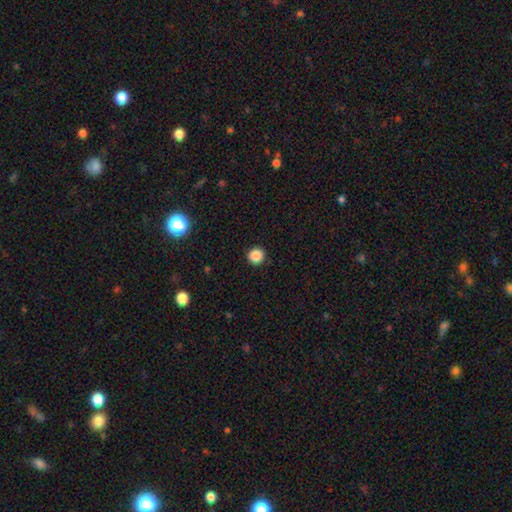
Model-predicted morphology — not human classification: smooth_or_featured: smooth (p=0.86) [alt: star or artifact p=0.11]
how_rounded: round (p=0.94) [alt: in between p=0.05]
merging: none (p=0.93) [alt: minor disturbance p=0.05]